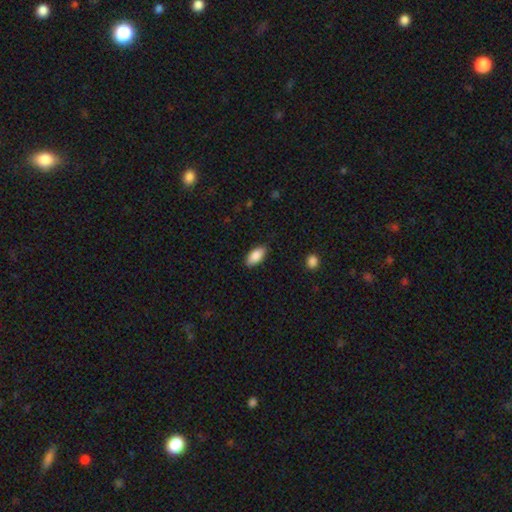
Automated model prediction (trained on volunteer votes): Smooth or featured? Predicted: smooth (p=0.86). How rounded? Predicted: in between (p=0.90). Merging? Predicted: none (p=0.85).